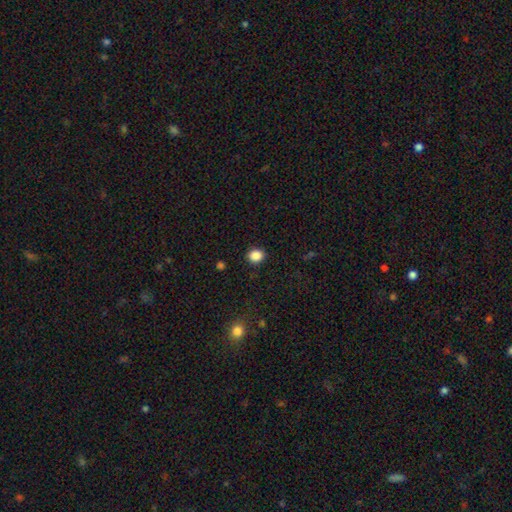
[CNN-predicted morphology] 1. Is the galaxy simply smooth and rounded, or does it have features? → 87% smooth, 10% star or artifact, 3% featured or disk.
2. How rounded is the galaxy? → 76% round, 23% in between, 1% cigar-shaped.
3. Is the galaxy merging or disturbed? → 90% none, 7% minor disturbance, 2% major disturbance, 1% merger.